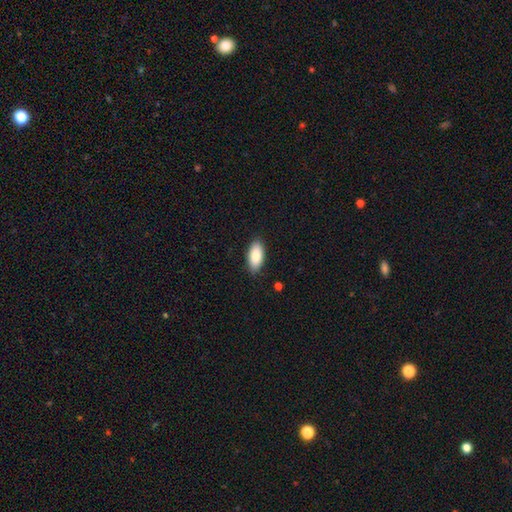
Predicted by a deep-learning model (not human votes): Morphology: type=smooth (86%); roundness=in between (90%); merging=none (87%).